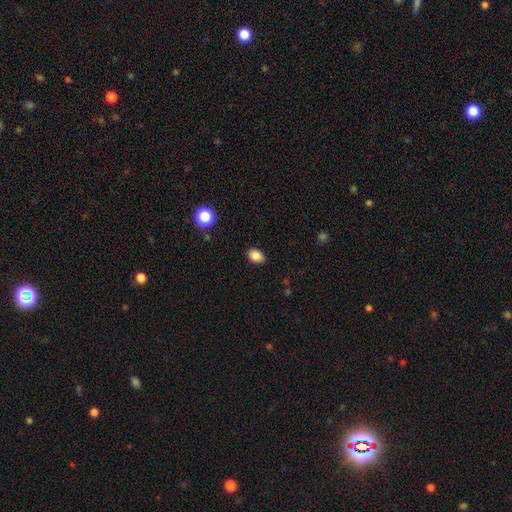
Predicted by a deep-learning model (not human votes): Smooth or featured?
  - smooth: 86% *
  - star or artifact: 10%
  - featured or disk: 4%
How rounded?
  - in between: 71% *
  - round: 28%
  - cigar-shaped: 1%
Merging?
  - none: 88% *
  - minor disturbance: 9%
  - major disturbance: 2%
  - merger: 1%